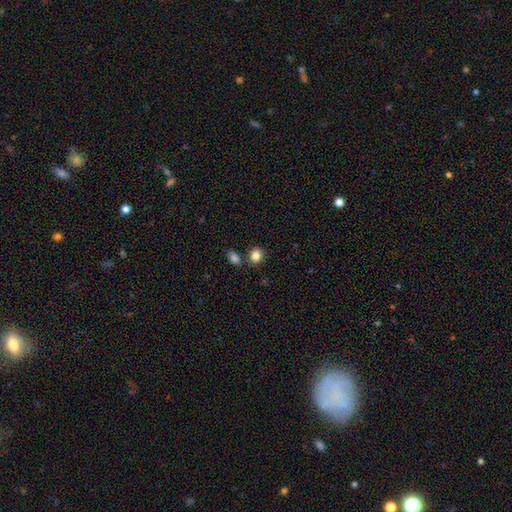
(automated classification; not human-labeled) A smooth galaxy with no disk features (85%) that is round (66%). Merging: none (78%).